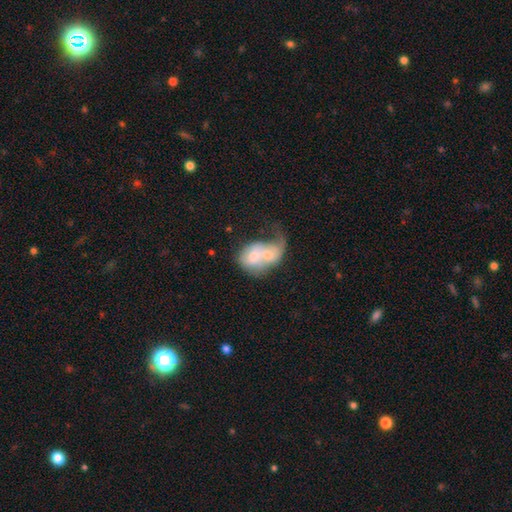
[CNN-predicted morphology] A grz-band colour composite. It shows a smooth galaxy with no disk features (51%) that is in between round and cigar-shaped (67%). Merging: merger (69%).